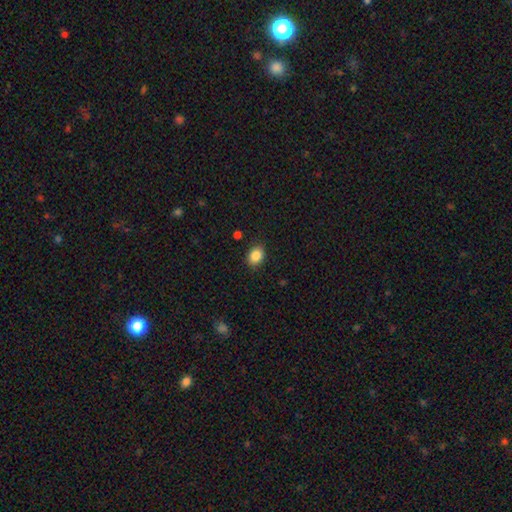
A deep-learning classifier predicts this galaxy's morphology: A smooth galaxy with no disk features (86%) that is in between round and cigar-shaped (59%). Merging: none (86%).